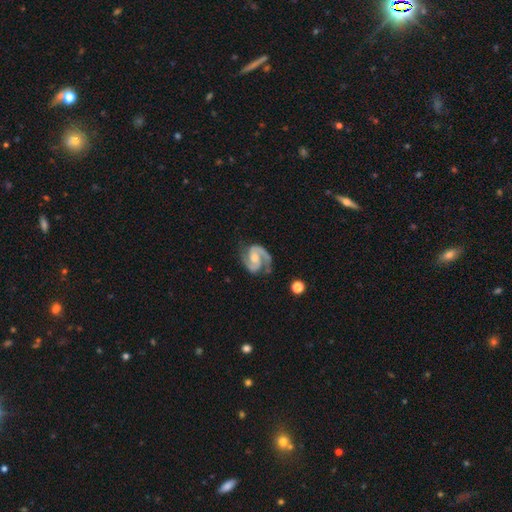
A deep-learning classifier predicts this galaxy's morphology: Smooth or featured: featured or disk — 92% (star or artifact — 4%)
Edge-on disk: no — 98% (yes — 2%)
Bar: no — 44% (weak — 42%)
Spiral arms: yes — 98% (no — 2%)
Spiral winding: medium — 57% (tight — 32%)
Spiral arm count: 2 — 93% (1 — 2%)
Bulge size: moderate — 48% (small — 30%)
Merging: none — 75% (minor disturbance — 17%)